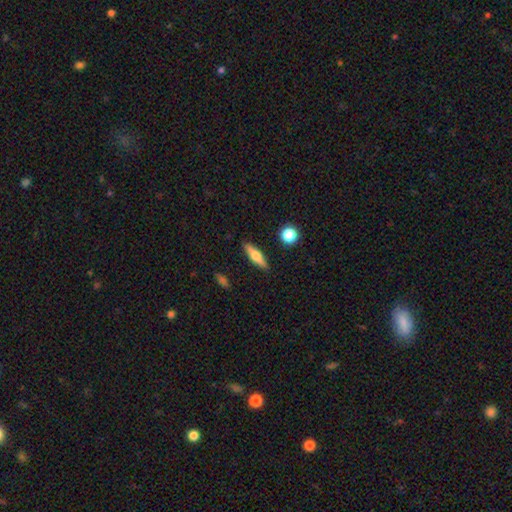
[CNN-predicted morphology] Smooth or featured? smooth (53%)
How rounded? cigar-shaped (67%)
Merging? none (88%)